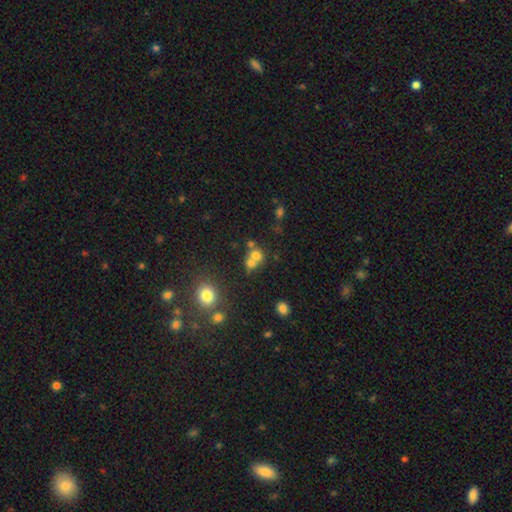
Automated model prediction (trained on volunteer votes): A smooth galaxy with no disk features (67%) that is round (75%).

Vote fractions:
- Smooth or featured? smooth: 67% / featured or disk: 17% / star or artifact: 16%
- How rounded? round: 75% / in between: 24% / cigar-shaped: 1%
- Merging? merger: 55% / none: 34% / minor disturbance: 7% / major disturbance: 4%